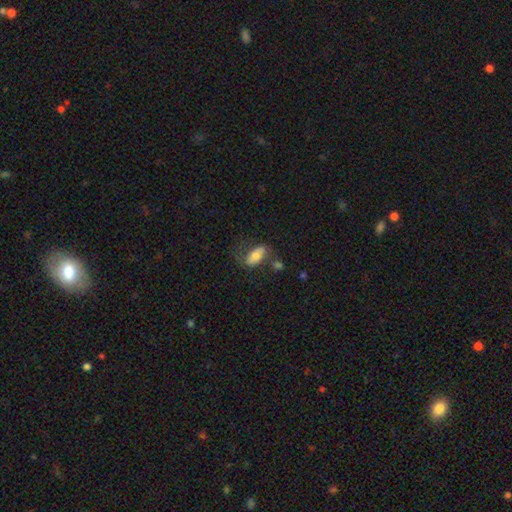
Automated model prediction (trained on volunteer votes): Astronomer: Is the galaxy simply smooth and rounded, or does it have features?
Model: smooth — 66%.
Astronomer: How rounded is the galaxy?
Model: in between — 84%.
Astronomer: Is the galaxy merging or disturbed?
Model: none — 47% (runner-up: minor disturbance, 23%).